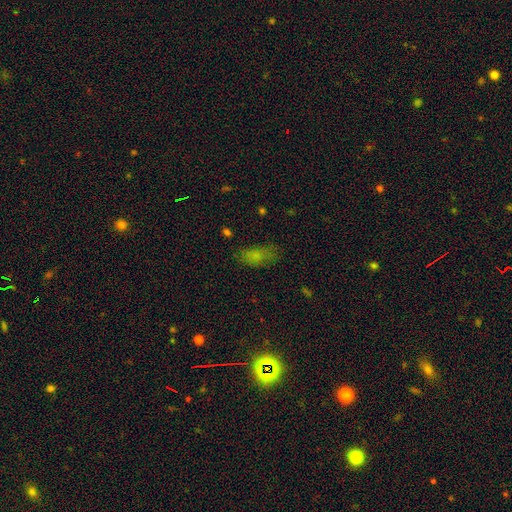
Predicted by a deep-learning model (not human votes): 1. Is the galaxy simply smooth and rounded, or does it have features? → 72% smooth, 18% star or artifact, 11% featured or disk.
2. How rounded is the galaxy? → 85% in between, 9% cigar-shaped, 6% round.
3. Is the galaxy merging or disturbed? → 62% none, 24% minor disturbance, 11% major disturbance, 3% merger.